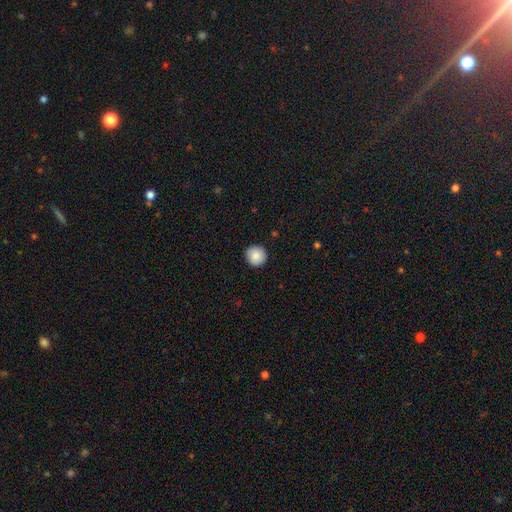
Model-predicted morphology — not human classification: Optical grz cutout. It shows a smooth galaxy with no disk features (84%) that is round (95%). Merging: none (91%).